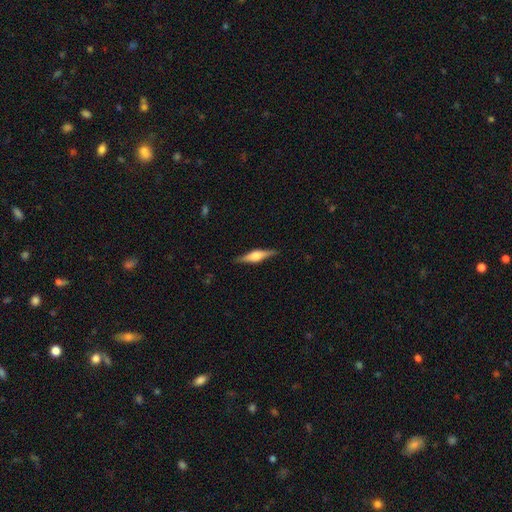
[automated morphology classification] Overall: featured or disk (70%). Edge-on disk: yes (97%). Edge-on bulge: rounded (84%). Merging: none (88%).